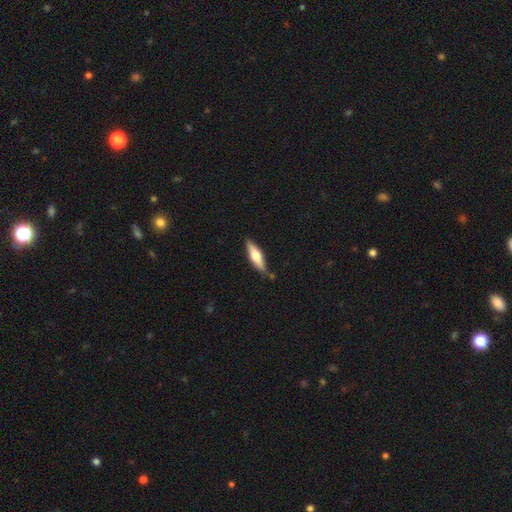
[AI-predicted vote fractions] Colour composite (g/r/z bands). It shows a featured or disk galaxy (50%). Merging: none (83%).